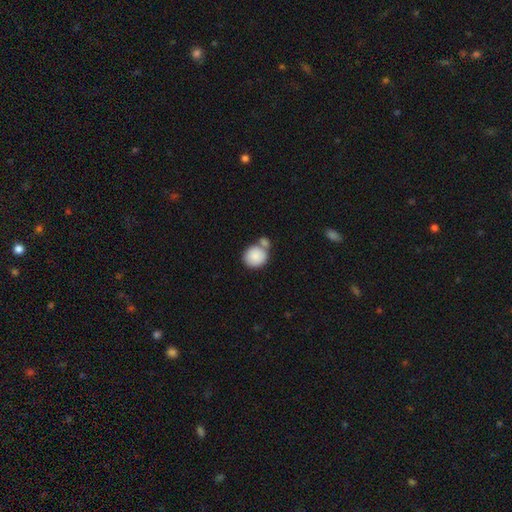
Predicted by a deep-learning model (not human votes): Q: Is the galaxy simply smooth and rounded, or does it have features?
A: smooth — 86%.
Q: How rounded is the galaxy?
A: round — 83%.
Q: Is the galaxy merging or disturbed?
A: none — 46%.